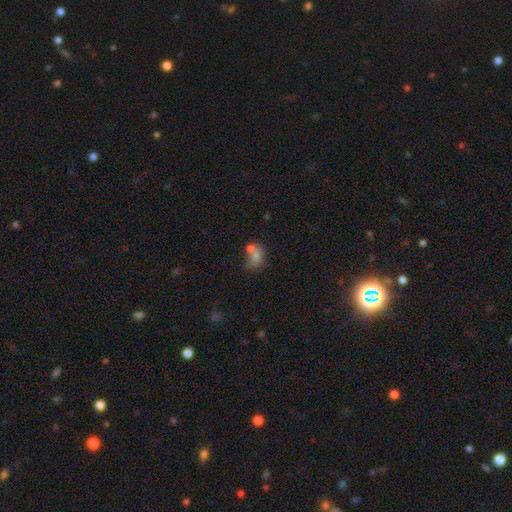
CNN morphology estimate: This appears to be a smooth galaxy with no disk features (64%) that is round (54%). Merging: merger (59%).